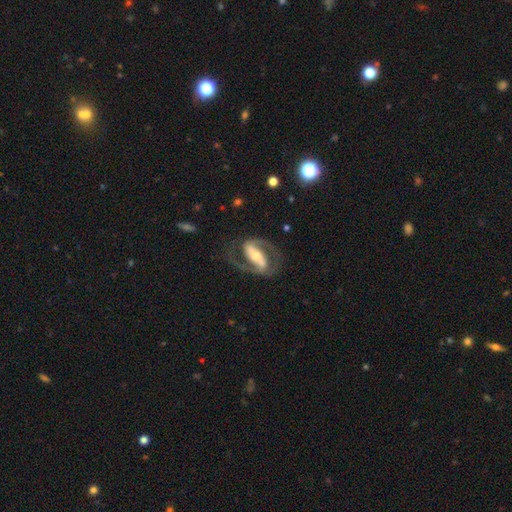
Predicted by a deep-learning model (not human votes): Smooth or featured?
  - featured or disk: 89% *
  - smooth: 7%
  - star or artifact: 4%
Edge-on disk?
  - no: 95% *
  - yes: 5%
Bar?
  - strong: 68% *
  - weak: 20%
  - no: 11%
Spiral arms?
  - yes: 94% *
  - no: 6%
Spiral winding?
  - medium: 56% *
  - tight: 23%
  - loose: 21%
Spiral arm count?
  - 2: 92% *
  - 1: 3%
  - can't tell: 3%
  - 3: 1%
  - 4: 1%
  - more than 4: 1%
Bulge size?
  - moderate: 54% *
  - small: 36%
  - large: 8%
  - none: 2%
  - dominant: 1%
Merging?
  - none: 75% *
  - minor disturbance: 12%
  - major disturbance: 11%
  - merger: 2%